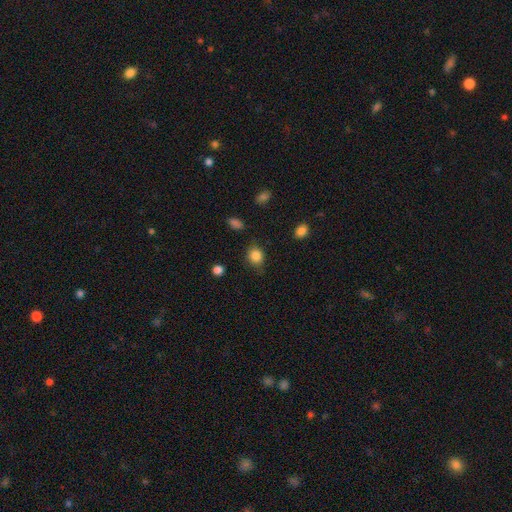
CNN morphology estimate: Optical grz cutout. It shows a smooth galaxy with no disk features (85%) that is round (69%). Merging: none (77%).